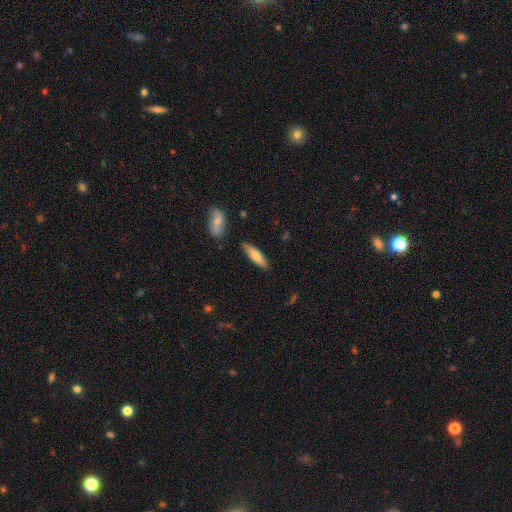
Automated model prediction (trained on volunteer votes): Smooth or featured?
  - smooth: 74% *
  - featured or disk: 20%
  - star or artifact: 6%
How rounded?
  - cigar-shaped: 61% *
  - in between: 37%
  - round: 2%
Merging?
  - none: 83% *
  - minor disturbance: 12%
  - merger: 3%
  - major disturbance: 2%